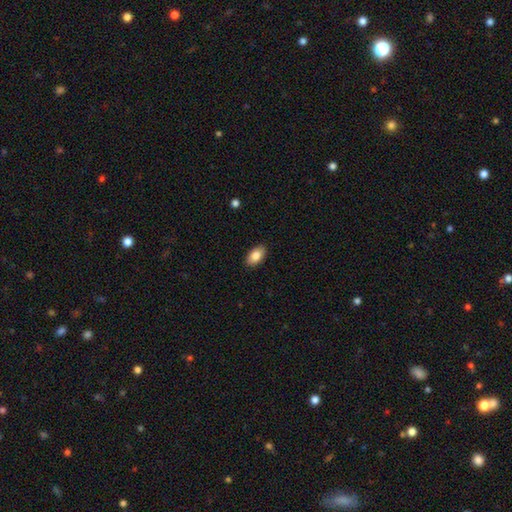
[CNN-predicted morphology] Overall: smooth (84%). How rounded: in between (93%). Merging: none (89%).